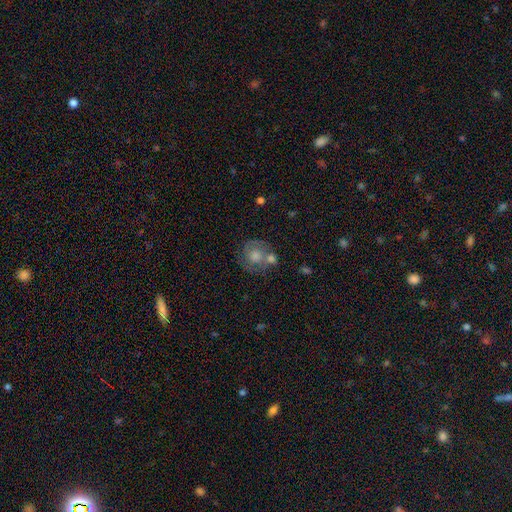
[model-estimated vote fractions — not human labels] featured or disk 55%, smooth 34%, star or artifact 11%. Down the decision tree: edge-on disk — no (96%); bar — no (81%); spiral arms — yes (71%); bulge size — moderate (56%); merging — none (60%).